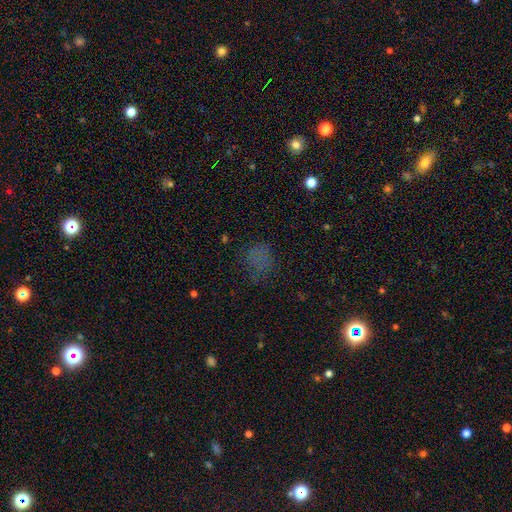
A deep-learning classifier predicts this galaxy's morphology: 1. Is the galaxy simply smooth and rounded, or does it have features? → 53% smooth, 35% star or artifact, 12% featured or disk.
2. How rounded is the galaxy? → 75% round, 23% in between, 2% cigar-shaped.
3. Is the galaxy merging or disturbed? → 68% none, 17% minor disturbance, 13% major disturbance, 3% merger.